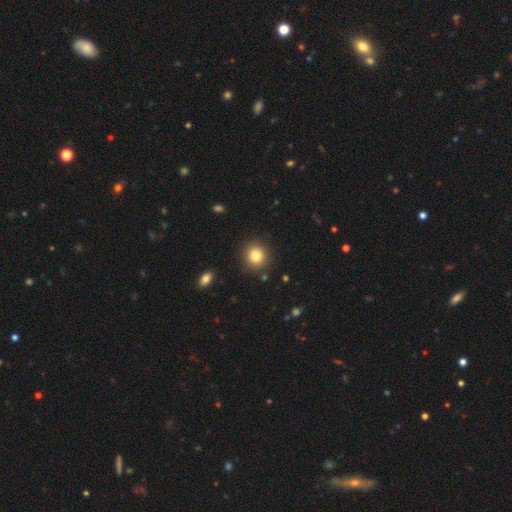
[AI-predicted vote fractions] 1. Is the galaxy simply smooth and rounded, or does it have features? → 82% smooth, 11% star or artifact, 7% featured or disk.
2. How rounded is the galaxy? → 89% round, 10% in between, 1% cigar-shaped.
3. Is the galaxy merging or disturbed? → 90% none, 6% minor disturbance, 2% major disturbance, 2% merger.